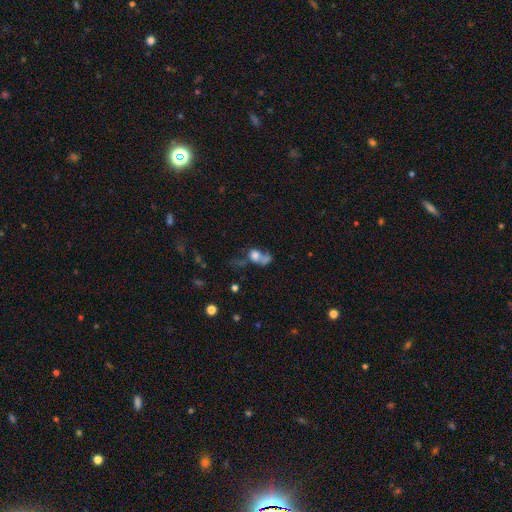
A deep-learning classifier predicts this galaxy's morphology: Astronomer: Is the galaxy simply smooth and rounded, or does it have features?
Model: smooth — 59%.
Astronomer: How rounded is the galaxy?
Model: round — 48% (runner-up: in between, 47%).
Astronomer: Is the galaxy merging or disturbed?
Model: merger — 44% (runner-up: major disturbance, 24%).